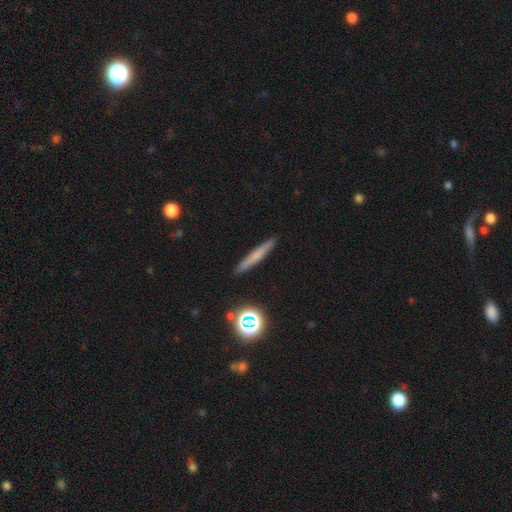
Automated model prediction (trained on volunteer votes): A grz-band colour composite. It shows a smooth galaxy with no disk features (58%) that is cigar-shaped (93%). Merging: none (90%).